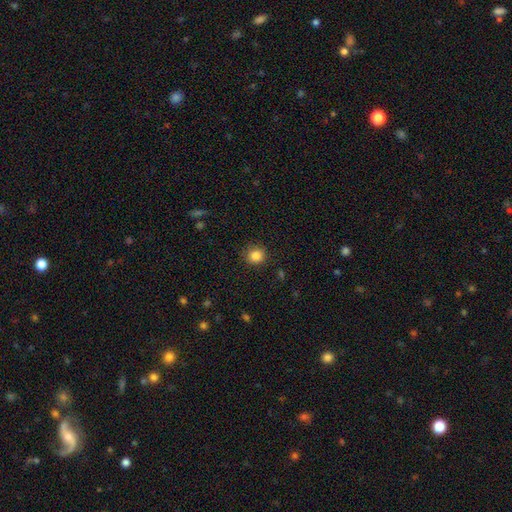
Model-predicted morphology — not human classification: A smooth galaxy with no disk features (86%) that is round (88%).

Vote fractions:
- Smooth or featured? smooth: 86% / star or artifact: 11% / featured or disk: 4%
- How rounded? round: 88% / in between: 11% / cigar-shaped: 1%
- Merging? none: 85% / minor disturbance: 10% / major disturbance: 3% / merger: 1%